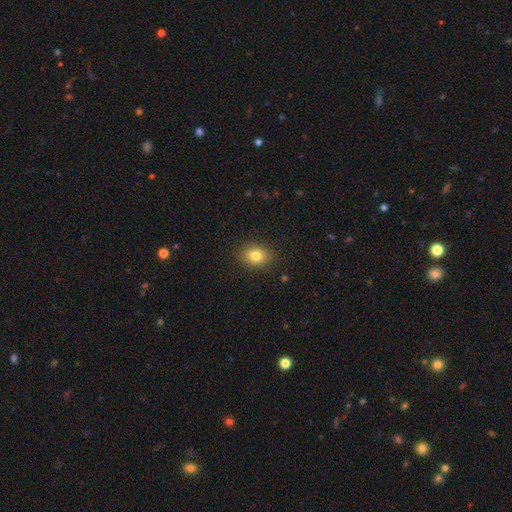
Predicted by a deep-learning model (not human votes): The model was most divided on "how rounded": in between: 51%, round: 48%, cigar-shaped: 1%. More confident: merging — none (88%); smooth or featured — smooth (82%).